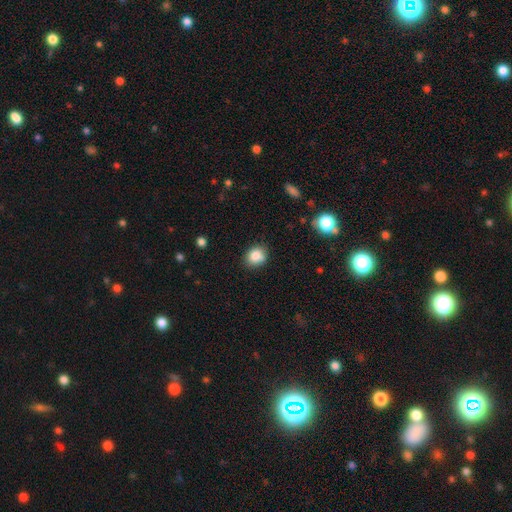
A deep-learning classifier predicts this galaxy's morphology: This is clearly a smooth galaxy (83%). How rounded: likely round (64%). Merging: likely none (74%).